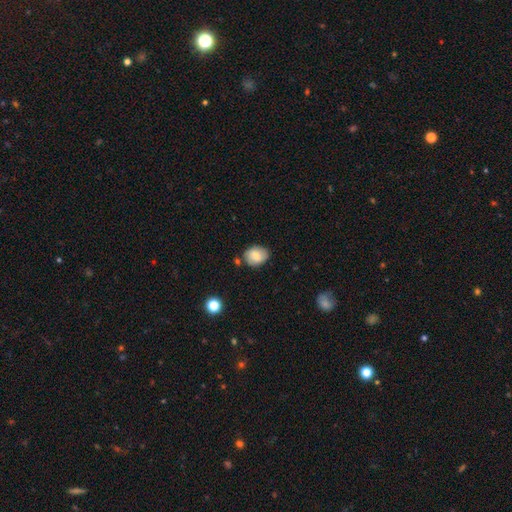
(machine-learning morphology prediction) This appears to be a smooth galaxy with no disk features (76%) that is round (51%). Merging: none (74%).